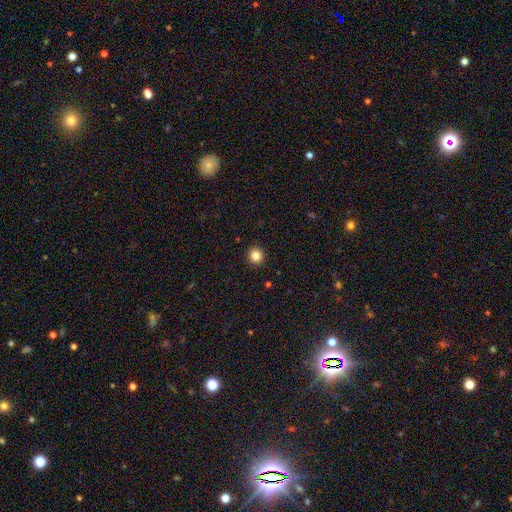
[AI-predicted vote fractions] Overall: smooth (85%). How rounded: round (93%). Merging: none (93%).